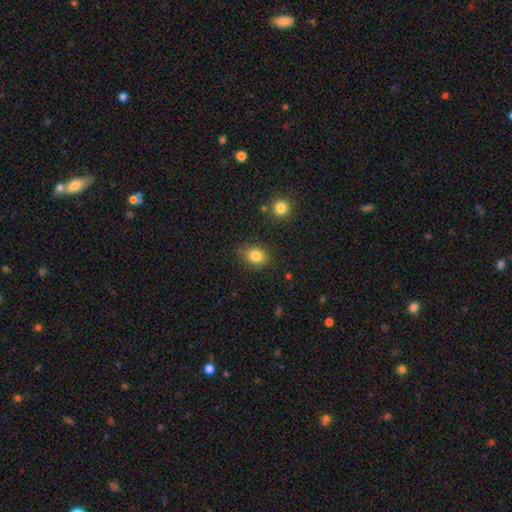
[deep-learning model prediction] smooth_or_featured: smooth (p=0.84) [alt: star or artifact p=0.10]
how_rounded: in between (p=0.55) [alt: round p=0.44]
merging: none (p=0.82) [alt: minor disturbance p=0.13]